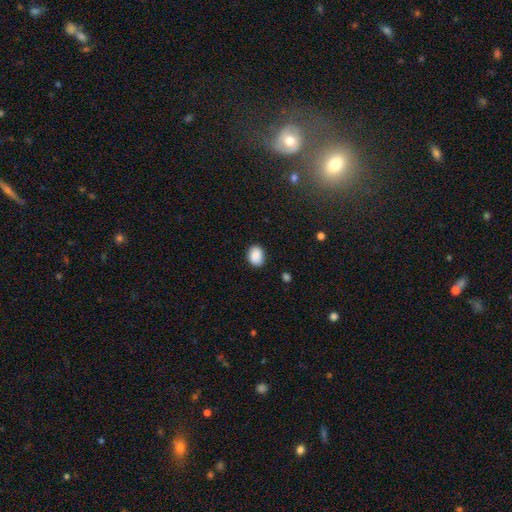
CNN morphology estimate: smooth-or-featured: smooth: 89% | star or artifact: 7% | featured or disk: 3%
  how-rounded: in between: 61% | round: 38% | cigar-shaped: 1%
  merging: none: 85% | minor disturbance: 11% | major disturbance: 3% | merger: 1%